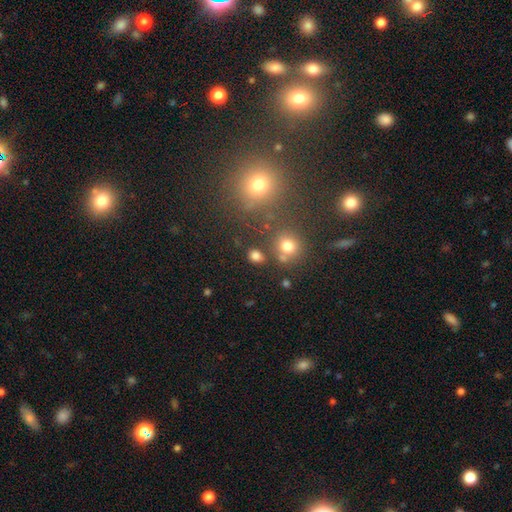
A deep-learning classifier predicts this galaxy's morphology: Smooth or featured? Predicted: smooth (p=0.77). How rounded? Predicted: round (p=0.59). Merging? Predicted: none (p=0.78).